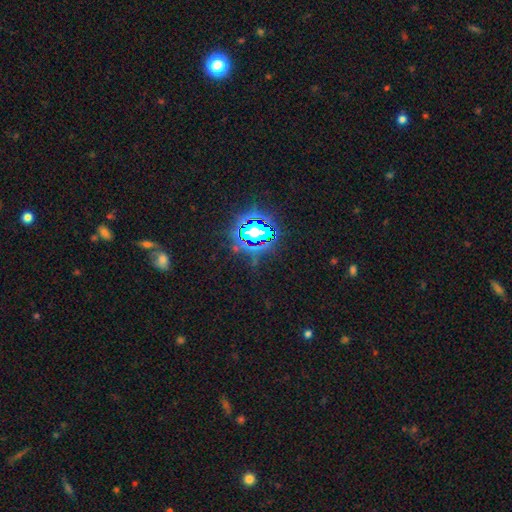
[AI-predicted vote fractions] Q: Smooth or featured?
A: star or artifact (80%); runner-up: smooth (13%)